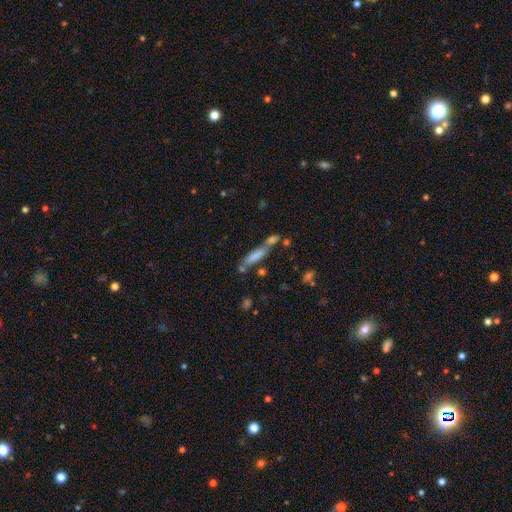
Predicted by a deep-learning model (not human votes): This appears to be a smooth galaxy with no disk features (71%) that is cigar-shaped (80%). Merging: none (45%).